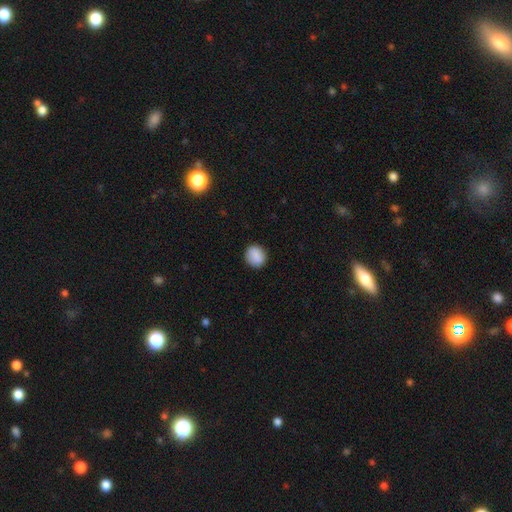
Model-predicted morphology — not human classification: smooth-or-featured: smooth: 87% | star or artifact: 7% | featured or disk: 5%
  how-rounded: round: 78% | in between: 21% | cigar-shaped: 1%
  merging: none: 88% | minor disturbance: 8% | major disturbance: 2% | merger: 1%